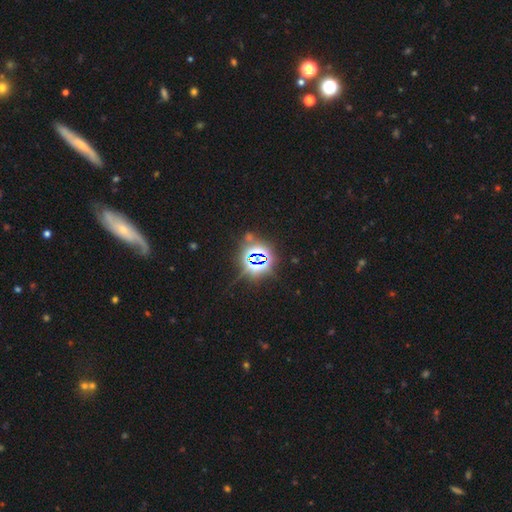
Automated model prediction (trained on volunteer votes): A star or artifact, not a galaxy (73%).

Vote fractions:
- Smooth or featured? star or artifact: 73% / smooth: 14% / featured or disk: 12%